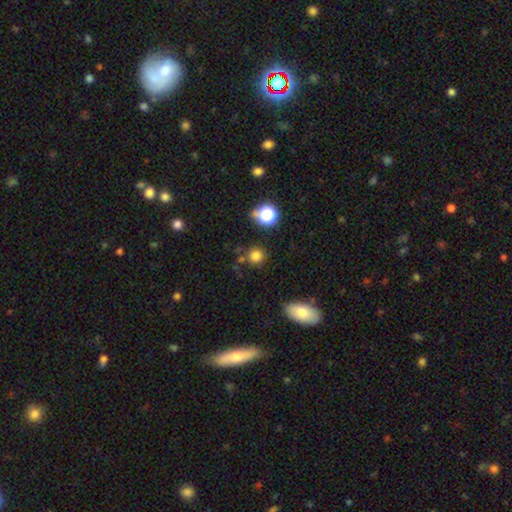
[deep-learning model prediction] A smooth galaxy with no disk features (77%) that is round (92%).

Vote fractions:
- Smooth or featured? smooth: 77% / star or artifact: 17% / featured or disk: 5%
- How rounded? round: 92% / in between: 7% / cigar-shaped: 1%
- Merging? none: 80% / minor disturbance: 10% / merger: 7% / major disturbance: 4%